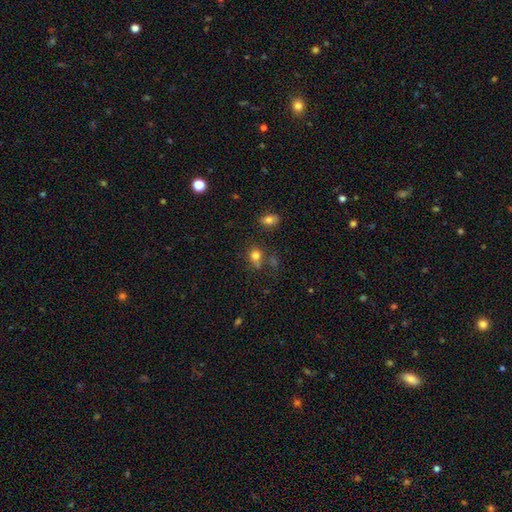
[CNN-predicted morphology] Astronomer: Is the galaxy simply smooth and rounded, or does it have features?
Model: smooth — 77%.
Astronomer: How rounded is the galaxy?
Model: round — 68%.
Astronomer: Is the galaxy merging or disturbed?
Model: none — 58%.